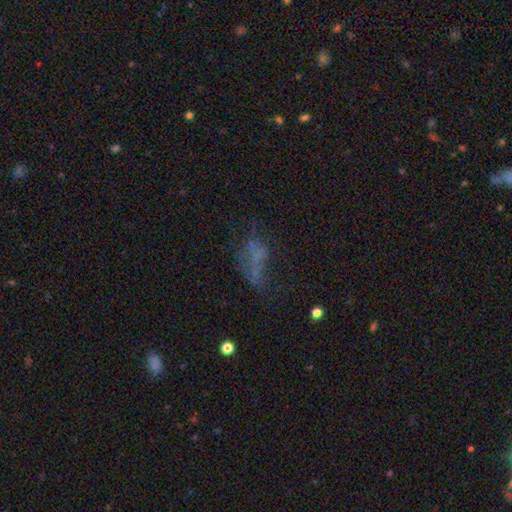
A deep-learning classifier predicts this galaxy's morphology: featured or disk 38%, smooth 37%, star or artifact 26%. Down the decision tree: merging — none (37%).